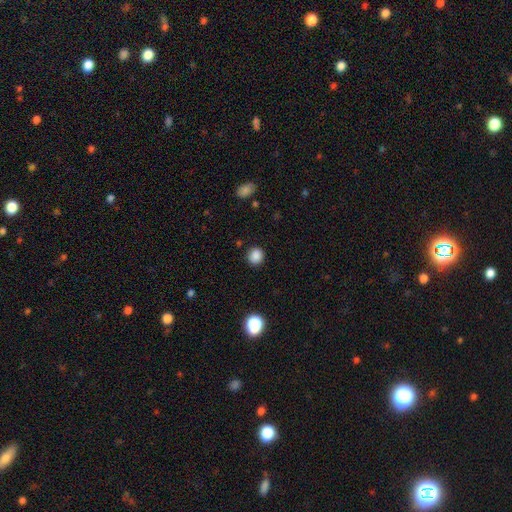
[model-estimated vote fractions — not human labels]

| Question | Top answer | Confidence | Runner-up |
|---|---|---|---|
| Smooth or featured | smooth | 87% | star or artifact (10%) |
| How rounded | round | 87% | in between (12%) |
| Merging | none | 90% | minor disturbance (7%) |